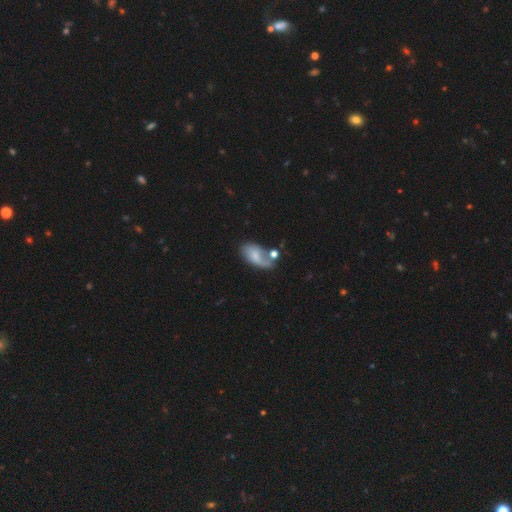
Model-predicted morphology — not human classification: Smooth or featured: smooth — 57% (featured or disk — 34%)
How rounded: in between — 91% (round — 6%)
Merging: none — 33% (minor disturbance — 25%)